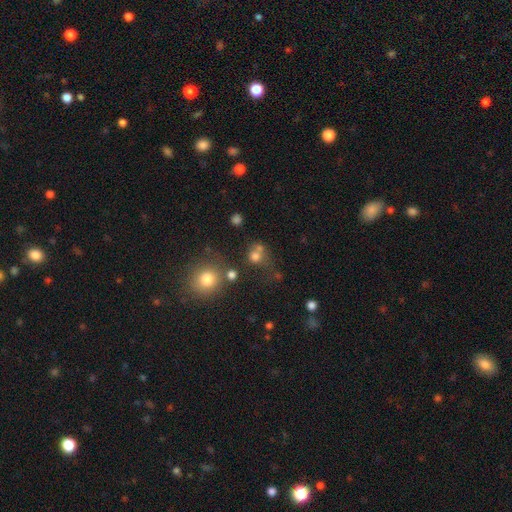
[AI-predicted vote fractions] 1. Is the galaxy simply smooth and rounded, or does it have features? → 73% smooth, 17% star or artifact, 10% featured or disk.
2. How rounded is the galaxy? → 84% round, 15% in between, 1% cigar-shaped.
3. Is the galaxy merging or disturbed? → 52% none, 28% merger, 12% minor disturbance, 8% major disturbance.